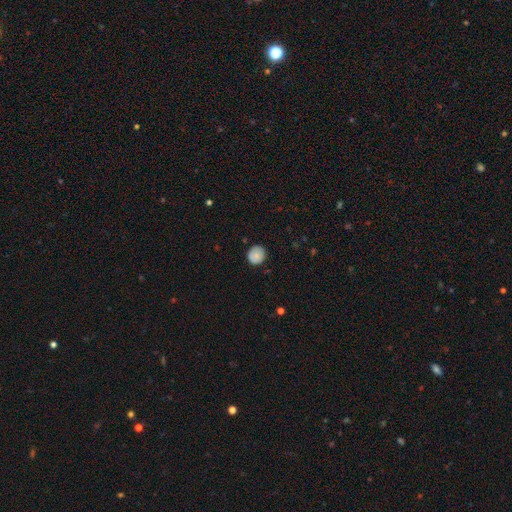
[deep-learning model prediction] Smooth or featured? smooth (80%)
How rounded? round (91%)
Merging? none (85%)